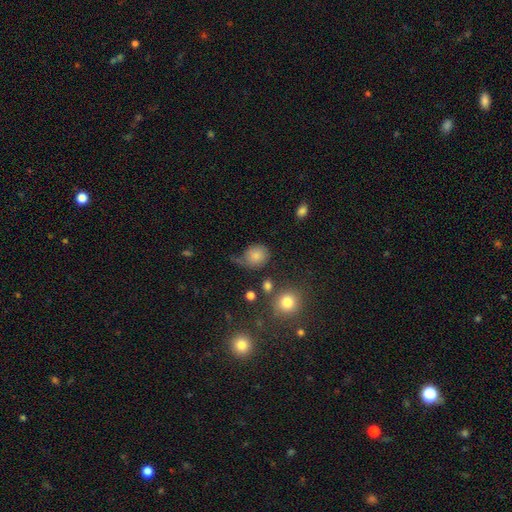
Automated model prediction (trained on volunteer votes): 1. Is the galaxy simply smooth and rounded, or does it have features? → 76% smooth, 12% featured or disk, 12% star or artifact.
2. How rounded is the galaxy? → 76% round, 23% in between, 1% cigar-shaped.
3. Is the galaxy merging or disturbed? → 49% none, 25% minor disturbance, 19% major disturbance, 7% merger.